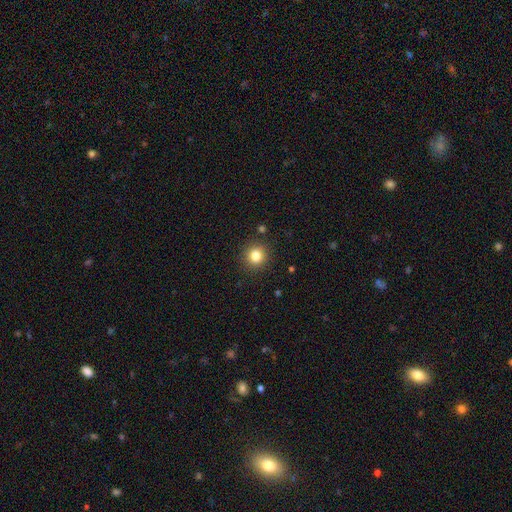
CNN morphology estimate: This is clearly a smooth galaxy (82%). How rounded: clearly round (92%). Merging: clearly none (90%).